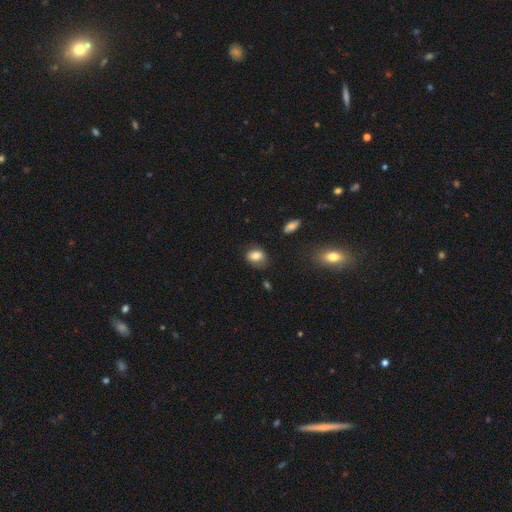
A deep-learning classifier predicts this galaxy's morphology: smooth 79%, featured or disk 12%, star or artifact 9%. Down the decision tree: how rounded — in between (68%); merging — none (69%).